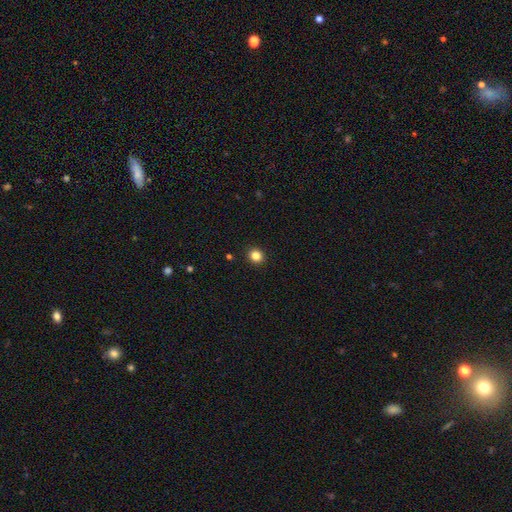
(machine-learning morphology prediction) A smooth galaxy with no disk features (83%) that is round (85%).

Vote fractions:
- Smooth or featured? smooth: 83% / star or artifact: 12% / featured or disk: 4%
- How rounded? round: 85% / in between: 14% / cigar-shaped: 1%
- Merging? none: 92% / minor disturbance: 5% / major disturbance: 2% / merger: 1%